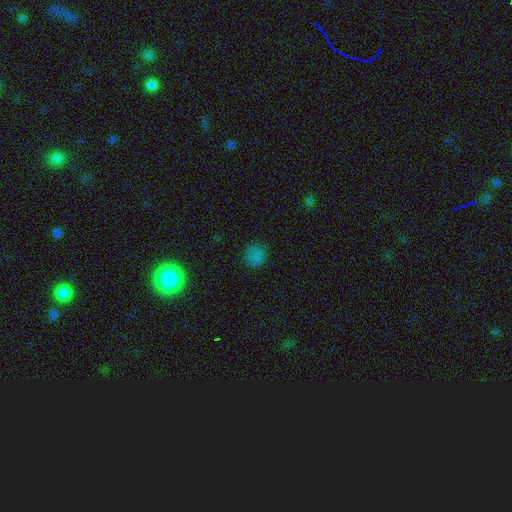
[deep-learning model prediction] smooth 75%, star or artifact 20%, featured or disk 4%. Down the decision tree: how rounded — round (86%); merging — none (83%).